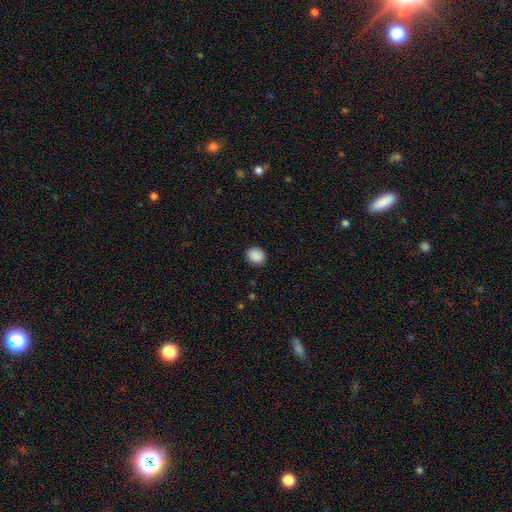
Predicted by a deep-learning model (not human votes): A smooth galaxy with no disk features (89%) that is round (70%).

Vote fractions:
- Smooth or featured? smooth: 89% / star or artifact: 8% / featured or disk: 3%
- How rounded? round: 70% / in between: 29% / cigar-shaped: 1%
- Merging? none: 89% / minor disturbance: 8% / major disturbance: 2% / merger: 1%